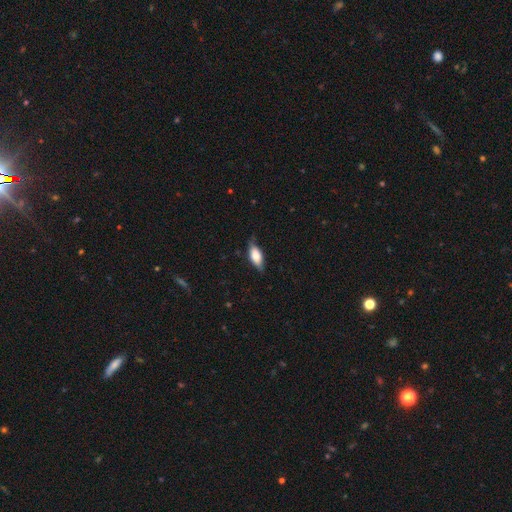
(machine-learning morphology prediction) smooth 70%, featured or disk 23%, star or artifact 7%. Down the decision tree: how rounded — in between (83%); merging — none (70%).